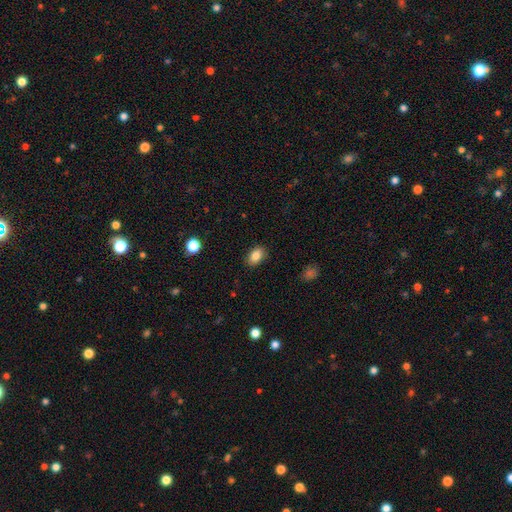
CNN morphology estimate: smooth-or-featured: smooth: 85% | star or artifact: 9% | featured or disk: 7%
  how-rounded: in between: 86% | round: 13% | cigar-shaped: 1%
  merging: none: 88% | minor disturbance: 9% | major disturbance: 2% | merger: 1%